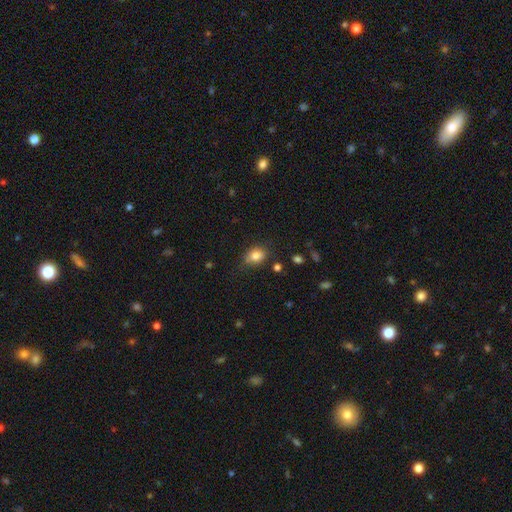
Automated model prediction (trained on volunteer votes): This appears to be a smooth galaxy with no disk features (82%) that is in between round and cigar-shaped (61%). Merging: none (67%).